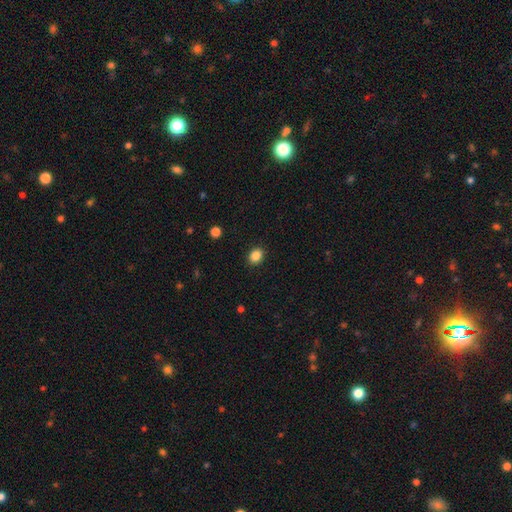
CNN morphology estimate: This is clearly a smooth galaxy (86%). How rounded: possibly in between (50%). Merging: clearly none (90%).